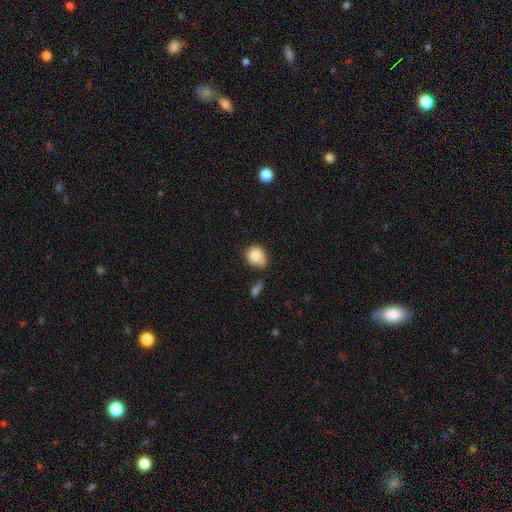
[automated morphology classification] type=smooth (85%); roundness=round (65%); merging=none (49%).